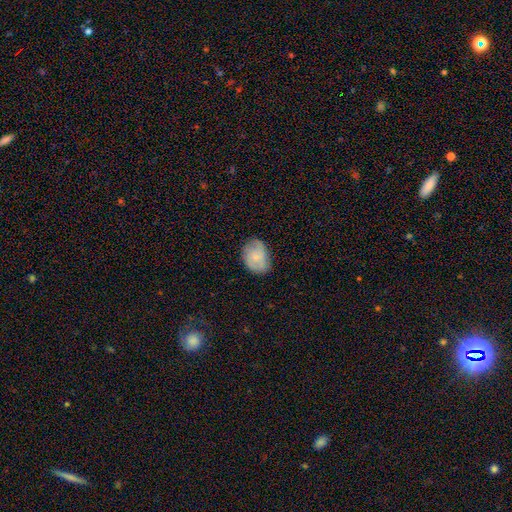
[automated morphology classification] Q: Smooth or featured?
A: smooth (70%); runner-up: featured or disk (23%)
Q: How rounded?
A: in between (68%); runner-up: round (31%)
Q: Merging?
A: none (68%); runner-up: minor disturbance (25%)